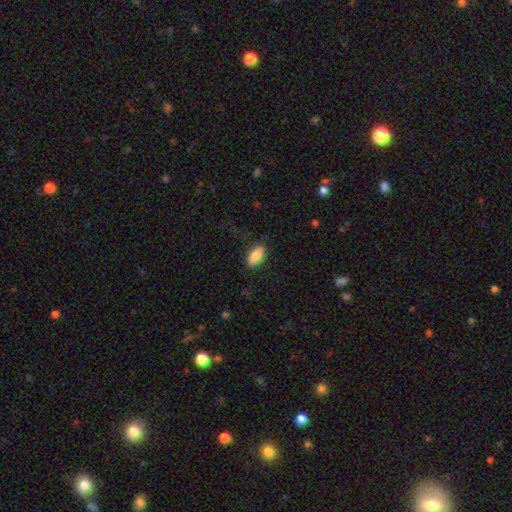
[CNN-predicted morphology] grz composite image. It shows a smooth galaxy with no disk features (83%) that is in between round and cigar-shaped (88%). Merging: none (83%).